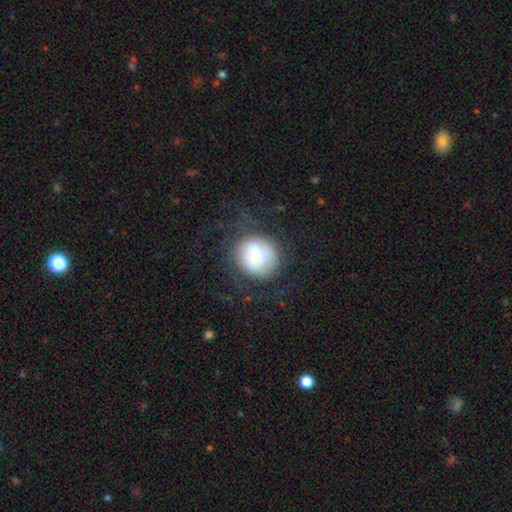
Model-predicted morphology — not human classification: smooth 64%, featured or disk 27%, star or artifact 9%. Down the decision tree: how rounded — round (87%); merging — none (54%).